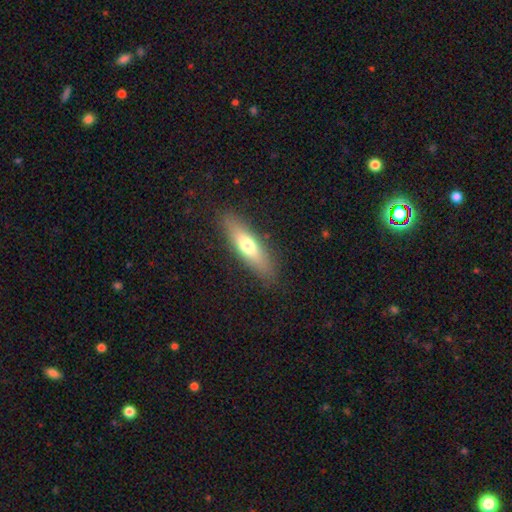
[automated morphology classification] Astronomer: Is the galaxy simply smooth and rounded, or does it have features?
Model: smooth — 63%.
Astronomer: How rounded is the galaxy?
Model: cigar-shaped — 57% (runner-up: in between, 41%).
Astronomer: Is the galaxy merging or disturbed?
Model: none — 86%.